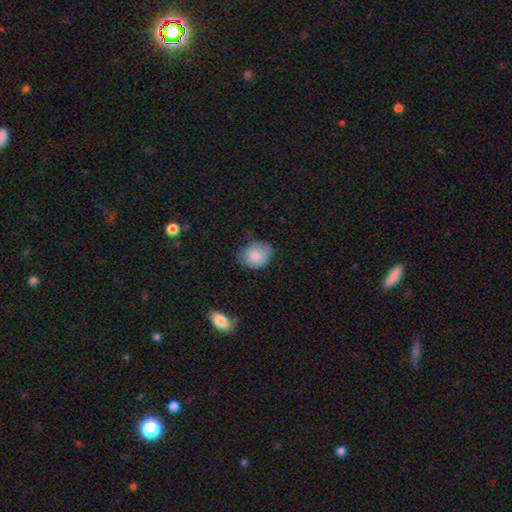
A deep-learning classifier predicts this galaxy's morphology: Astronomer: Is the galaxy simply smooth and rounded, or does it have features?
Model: smooth — 84%.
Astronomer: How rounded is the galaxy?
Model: round — 60% (runner-up: in between, 39%).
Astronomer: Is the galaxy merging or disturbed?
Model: none — 63%.